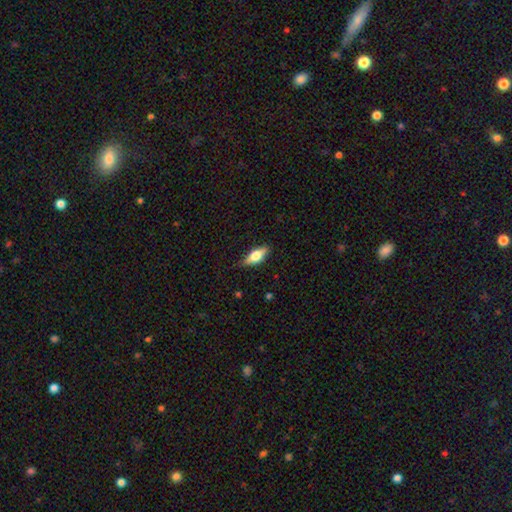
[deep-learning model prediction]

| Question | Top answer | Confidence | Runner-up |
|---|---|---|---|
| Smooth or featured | smooth | 56% | featured or disk (38%) |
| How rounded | in between | 71% | cigar-shaped (25%) |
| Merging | none | 82% | minor disturbance (14%) |